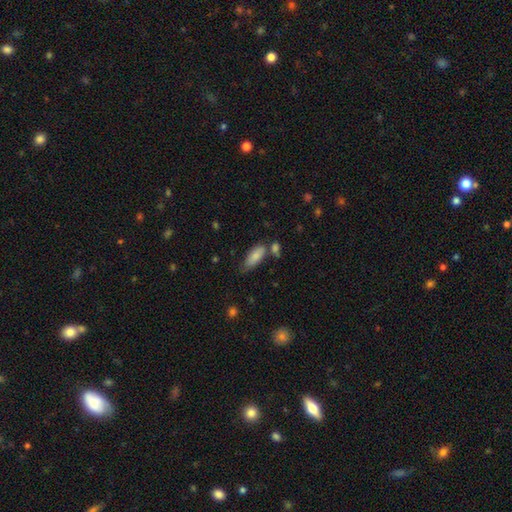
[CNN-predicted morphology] Smooth or featured: smooth — 80% (featured or disk — 13%)
How rounded: in between — 78% (cigar-shaped — 20%)
Merging: none — 54% (minor disturbance — 24%)